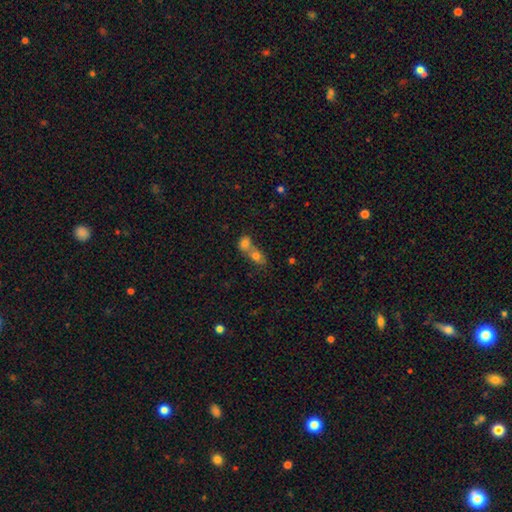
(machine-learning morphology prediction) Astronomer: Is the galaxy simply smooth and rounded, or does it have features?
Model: smooth — 61%.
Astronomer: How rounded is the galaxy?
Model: round — 51% (runner-up: in between, 44%).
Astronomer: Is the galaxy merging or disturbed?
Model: merger — 65%.